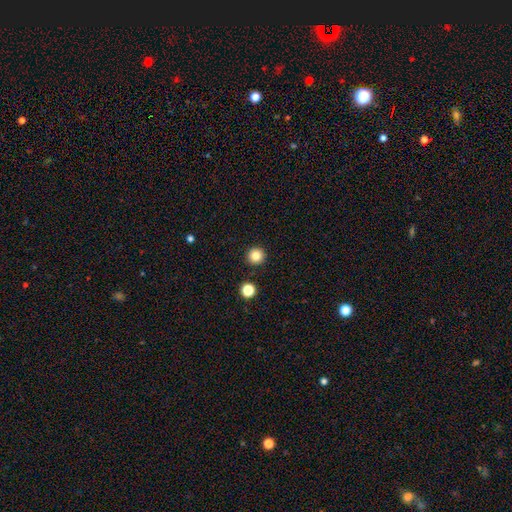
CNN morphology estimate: Smooth or featured? smooth (84%)
How rounded? round (96%)
Merging? none (92%)